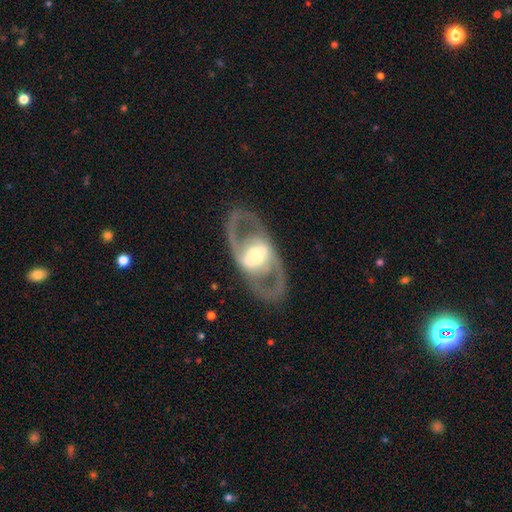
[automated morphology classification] Smooth or featured? Predicted: featured or disk (p=0.81). Edge-on disk? Predicted: no (p=0.91). Bar? Predicted: strong (p=0.44). Spiral arms? Predicted: yes (p=0.64). Bulge size? Predicted: moderate (p=0.53). Merging? Predicted: none (p=0.78).